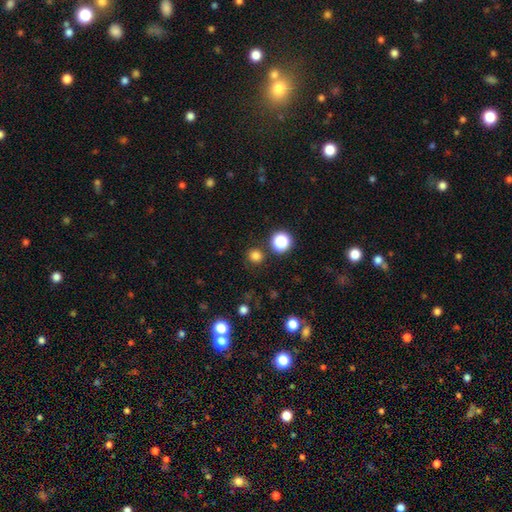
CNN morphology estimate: Q: Smooth or featured?
A: smooth (78%); runner-up: star or artifact (17%)
Q: How rounded?
A: round (93%); runner-up: in between (6%)
Q: Merging?
A: none (88%); runner-up: minor disturbance (6%)